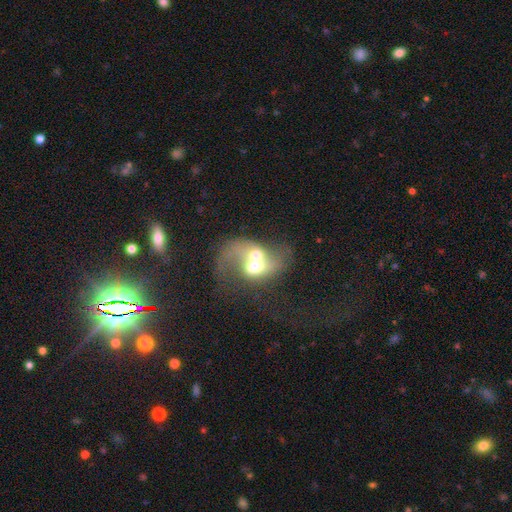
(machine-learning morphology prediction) The model was most divided on "spiral arms": yes: 52%, no: 48%. More confident: edge-on disk — no (96%); merging — merger (77%); bar — no (76%); bulge size — moderate (56%); smooth or featured — featured or disk (54%).